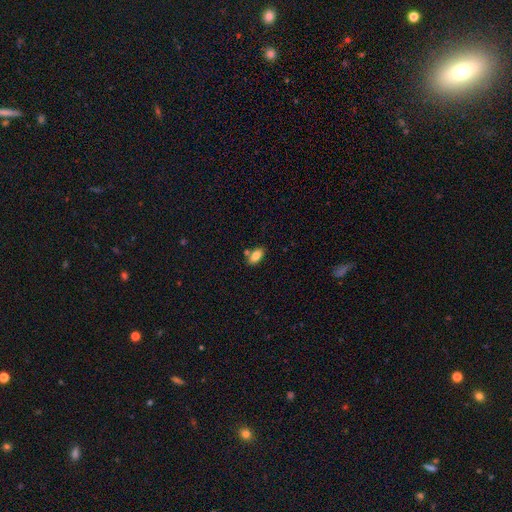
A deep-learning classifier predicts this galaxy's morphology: Smooth or featured: smooth — 82% (featured or disk — 11%)
How rounded: in between — 91% (cigar-shaped — 5%)
Merging: none — 71% (merger — 13%)